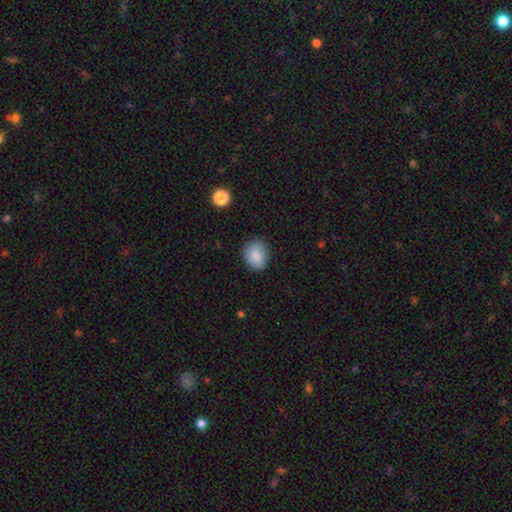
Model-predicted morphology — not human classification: Smooth or featured?
  - smooth: 87% *
  - star or artifact: 8%
  - featured or disk: 5%
How rounded?
  - round: 56% *
  - in between: 43%
  - cigar-shaped: 1%
Merging?
  - none: 83% *
  - minor disturbance: 13%
  - major disturbance: 3%
  - merger: 1%